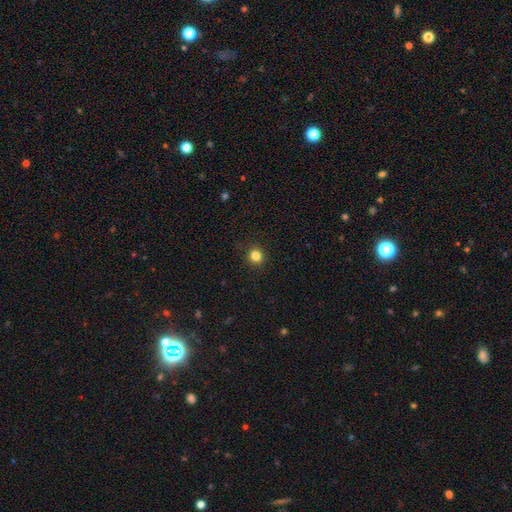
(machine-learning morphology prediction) A smooth galaxy with no disk features (83%) that is round (89%).

Vote fractions:
- Smooth or featured? smooth: 83% / star or artifact: 13% / featured or disk: 4%
- How rounded? round: 89% / in between: 10% / cigar-shaped: 1%
- Merging? none: 91% / minor disturbance: 6% / major disturbance: 2% / merger: 1%